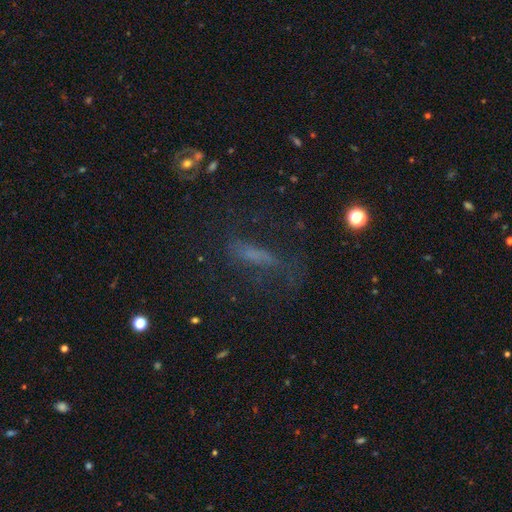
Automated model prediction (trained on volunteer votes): smooth-or-featured: smooth: 38% (tied) | featured or disk: 38% (tied) | star or artifact: 24%
  merging: none: 57% | major disturbance: 20% | minor disturbance: 20% | merger: 3%